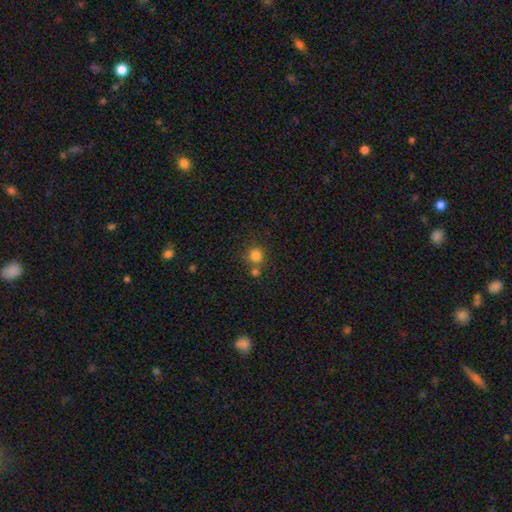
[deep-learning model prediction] Morphology: type=smooth (81%); roundness=round (91%); merging=none (65%).